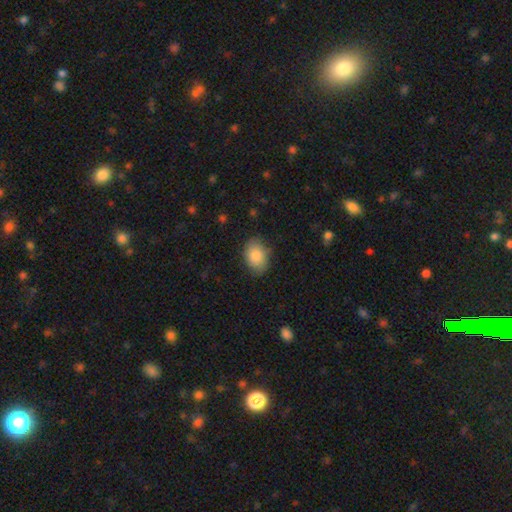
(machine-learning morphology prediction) A smooth galaxy with no disk features (86%) that is in between round and cigar-shaped (79%). Merging: none (80%).